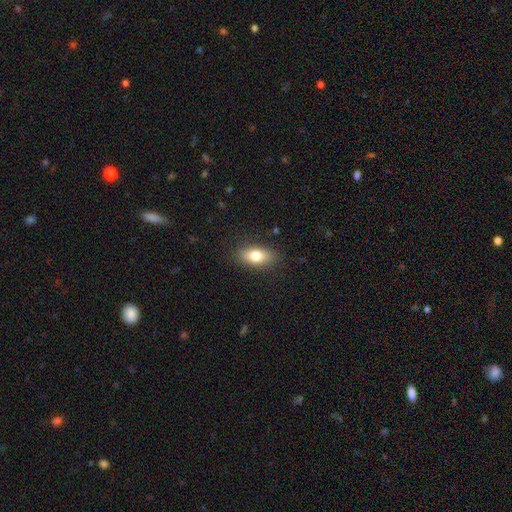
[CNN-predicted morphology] type=smooth (78%); roundness=in between (82%); merging=none (85%).